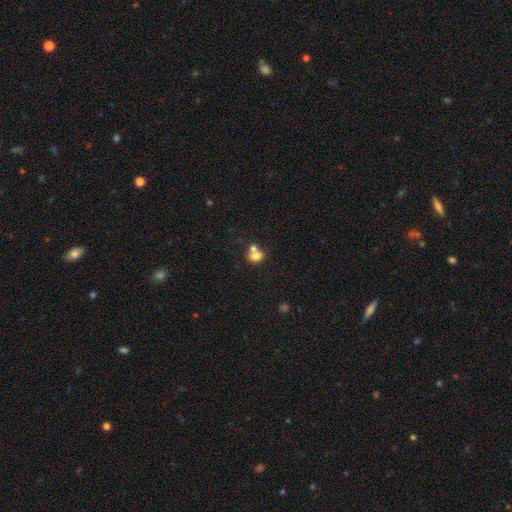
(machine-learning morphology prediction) Smooth or featured: smooth — 76% (featured or disk — 13%)
How rounded: round — 55% (in between — 44%)
Merging: merger — 48% (none — 39%)